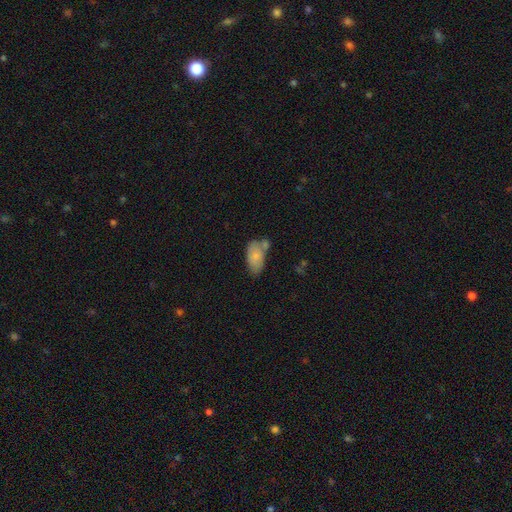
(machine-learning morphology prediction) The model was most divided on "merging": none: 46%, merger: 25%, minor disturbance: 22%, major disturbance: 7%. More confident: how rounded — in between (93%); smooth or featured — smooth (78%).